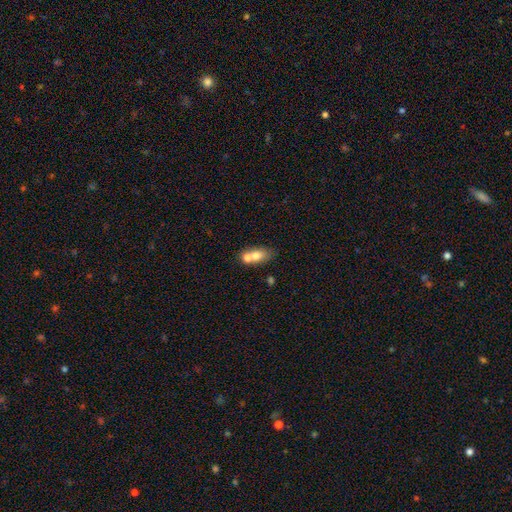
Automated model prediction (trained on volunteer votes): Q: Smooth or featured?
A: smooth (68%); runner-up: featured or disk (23%)
Q: How rounded?
A: in between (75%); runner-up: round (19%)
Q: Merging?
A: merger (52%); runner-up: none (34%)